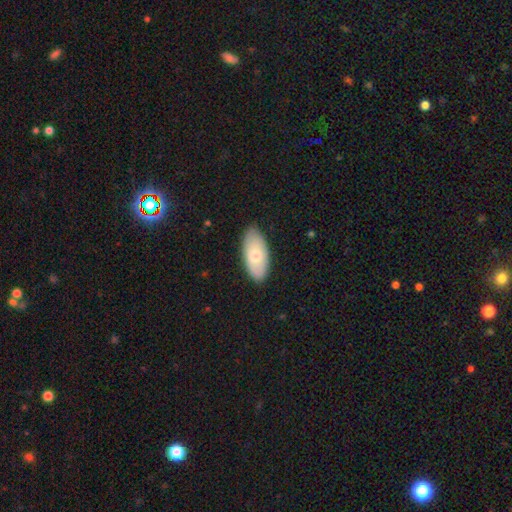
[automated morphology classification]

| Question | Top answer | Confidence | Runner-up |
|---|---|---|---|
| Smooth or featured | smooth | 68% | featured or disk (27%) |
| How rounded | in between | 92% | cigar-shaped (5%) |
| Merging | none | 85% | minor disturbance (12%) |